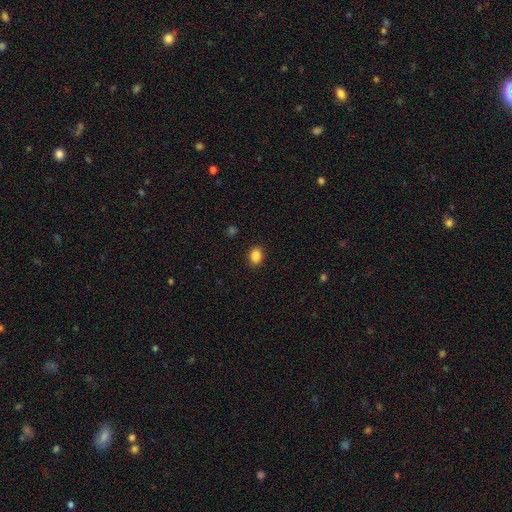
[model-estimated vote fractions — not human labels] A smooth galaxy with no disk features (86%) that is in between round and cigar-shaped (53%).

Vote fractions:
- Smooth or featured? smooth: 86% / star or artifact: 10% / featured or disk: 4%
- How rounded? in between: 53% / round: 46% / cigar-shaped: 1%
- Merging? none: 90% / minor disturbance: 7% / major disturbance: 2% / merger: 1%